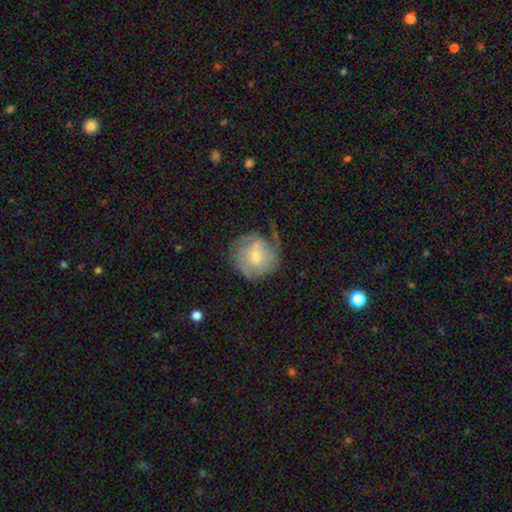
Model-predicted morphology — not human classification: Smooth or featured? Predicted: featured or disk (p=0.57). Edge-on disk? Predicted: no (p=0.97). Bar? Predicted: no (p=0.63). Spiral arms? Predicted: yes (p=0.79). Bulge size? Predicted: small (p=0.54). Merging? Predicted: none (p=0.58).